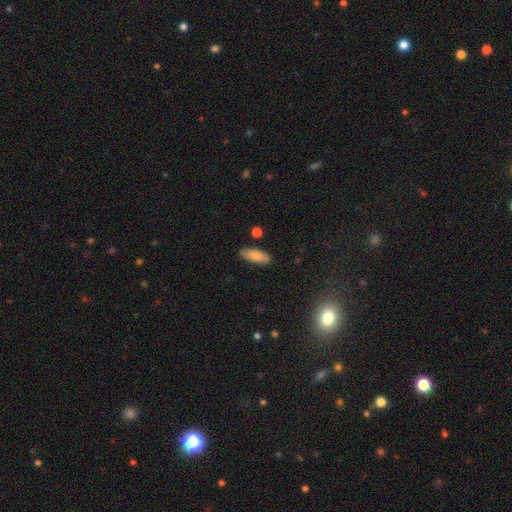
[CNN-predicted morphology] Smooth or featured: smooth — 81% (featured or disk — 12%)
How rounded: in between — 74% (cigar-shaped — 24%)
Merging: none — 86% (minor disturbance — 10%)